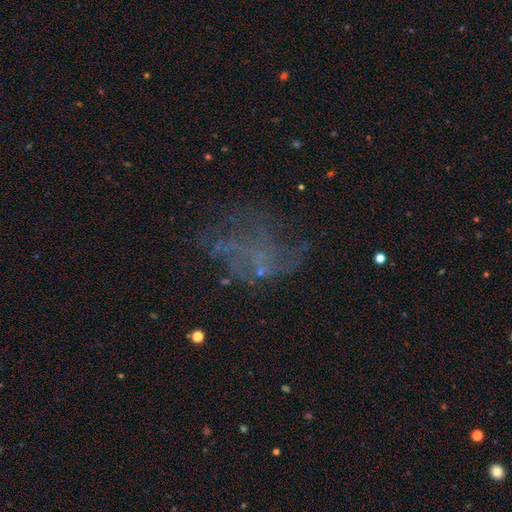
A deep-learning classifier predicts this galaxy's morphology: Q: Smooth or featured?
A: featured or disk (51%); runner-up: star or artifact (29%)
Q: Edge-on disk?
A: no (97%); runner-up: yes (3%)
Q: Bar?
A: no (88%); runner-up: weak (10%)
Q: Spiral arms?
A: no (73%); runner-up: yes (27%)
Q: Bulge size?
A: none (76%); runner-up: small (17%)
Q: Merging?
A: none (47%); runner-up: major disturbance (33%)